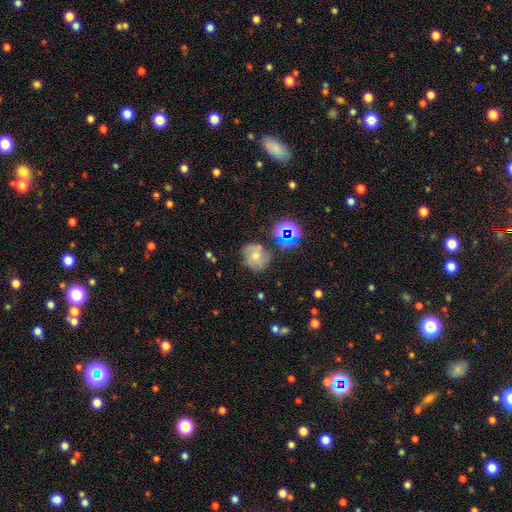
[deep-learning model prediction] Q: Smooth or featured?
A: smooth (55%); runner-up: featured or disk (26%)
Q: How rounded?
A: round (71%); runner-up: in between (28%)
Q: Merging?
A: none (63%); runner-up: minor disturbance (21%)